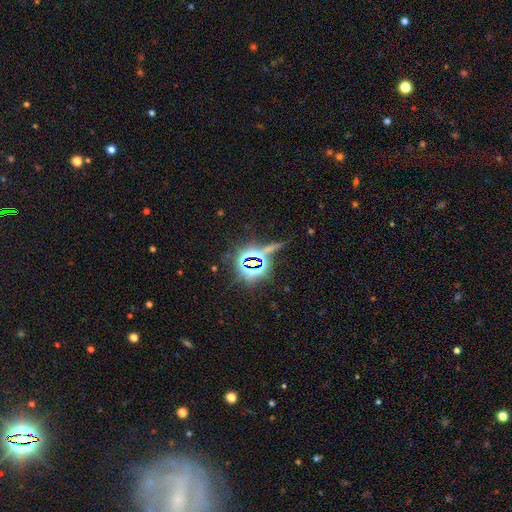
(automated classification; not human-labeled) A star or artifact, not a galaxy (80%).

Vote fractions:
- Smooth or featured? star or artifact: 80% / smooth: 11% / featured or disk: 9%